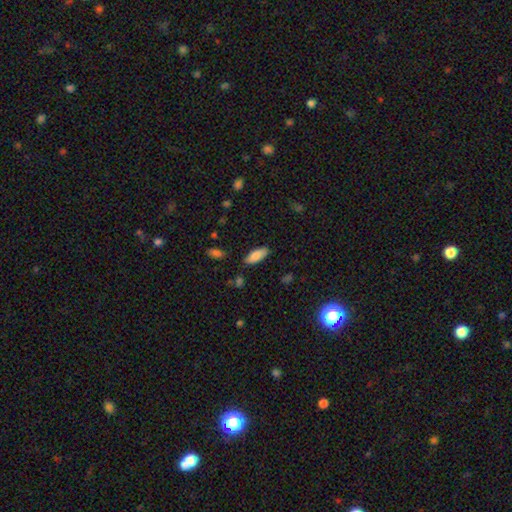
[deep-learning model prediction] This is clearly a smooth galaxy (84%). How rounded: likely in between (77%). Merging: clearly none (81%).